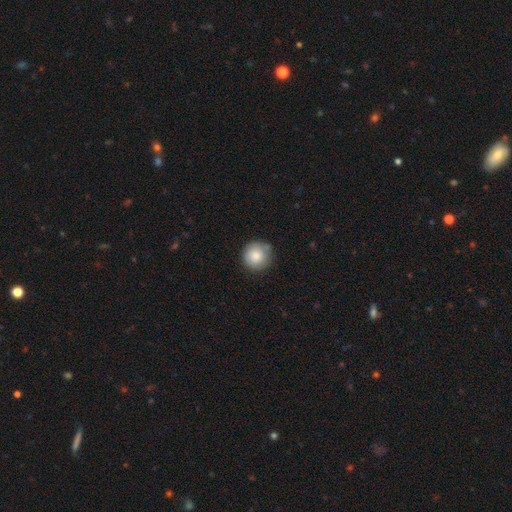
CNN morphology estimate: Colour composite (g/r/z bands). It shows a smooth galaxy with no disk features (83%) that is round (95%). Merging: none (79%).